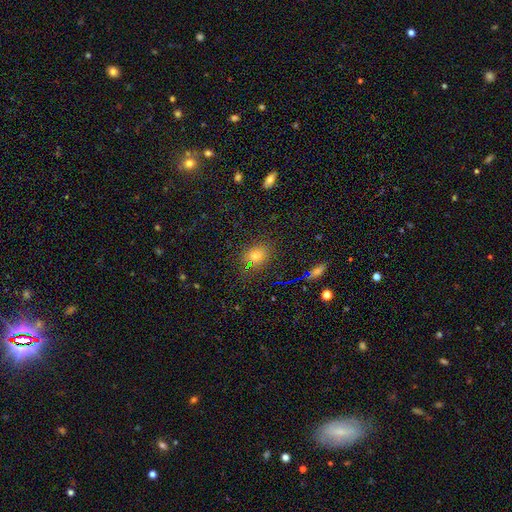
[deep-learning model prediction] Smooth or featured? smooth (67%)
How rounded? round (63%)
Merging? none (79%)